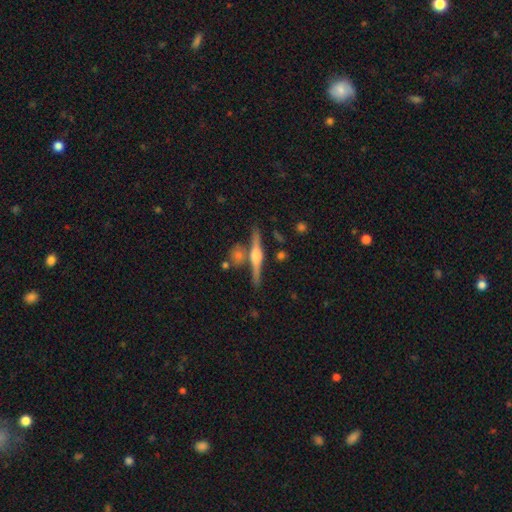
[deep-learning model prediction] Smooth or featured?
  - featured or disk: 77% *
  - smooth: 16%
  - star or artifact: 7%
Edge-on disk?
  - yes: 98% *
  - no: 2%
Edge-on bulge?
  - rounded: 84% *
  - boxy: 11%
  - none: 5%
Merging?
  - none: 79% *
  - merger: 9%
  - minor disturbance: 9%
  - major disturbance: 3%